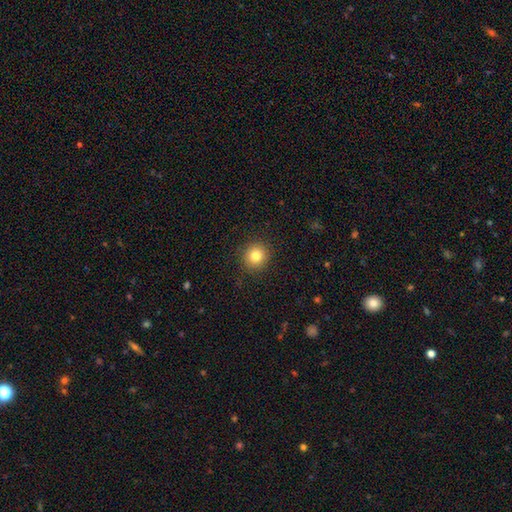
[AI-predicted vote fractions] Q: Smooth or featured?
A: smooth (82%); runner-up: star or artifact (11%)
Q: How rounded?
A: round (92%); runner-up: in between (7%)
Q: Merging?
A: none (90%); runner-up: minor disturbance (7%)